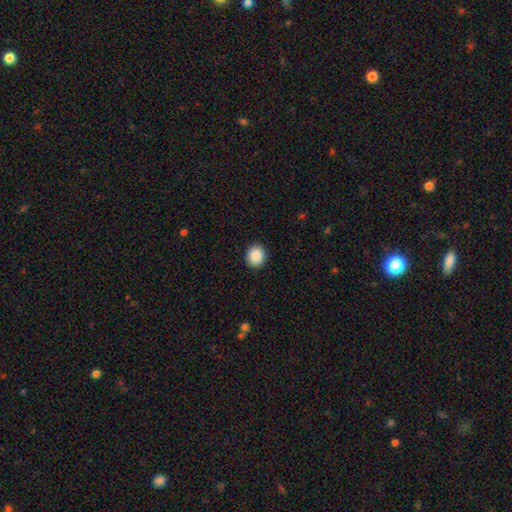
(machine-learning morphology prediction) smooth-or-featured: smooth: 88% | star or artifact: 8% | featured or disk: 3%
  how-rounded: round: 88% | in between: 11% | cigar-shaped: 1%
  merging: none: 92% | minor disturbance: 5% | major disturbance: 2% | merger: 1%